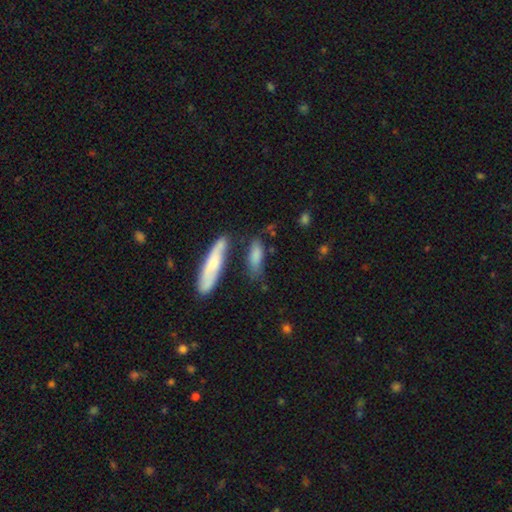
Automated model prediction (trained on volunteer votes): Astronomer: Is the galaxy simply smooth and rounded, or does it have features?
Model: smooth — 76%.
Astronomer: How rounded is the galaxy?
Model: in between — 49% (runner-up: cigar-shaped, 48%).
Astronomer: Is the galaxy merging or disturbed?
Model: none — 61%.